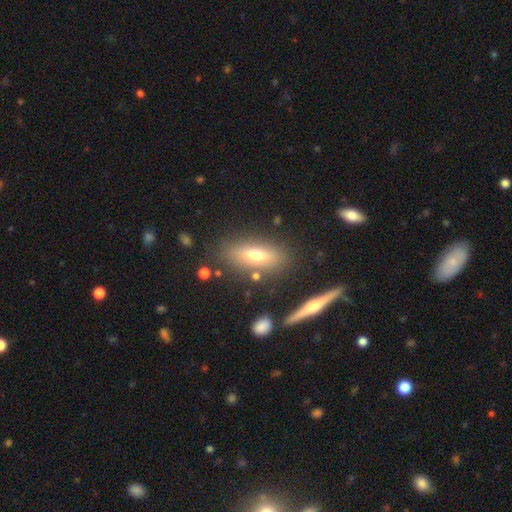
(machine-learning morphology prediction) This is likely a smooth galaxy (61%). How rounded: likely in between (66%). Merging: likely none (77%).